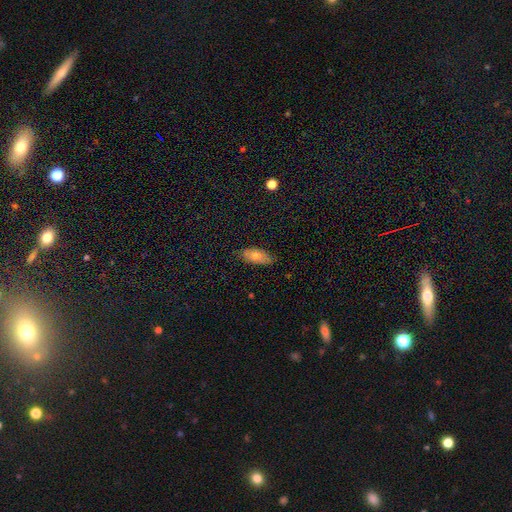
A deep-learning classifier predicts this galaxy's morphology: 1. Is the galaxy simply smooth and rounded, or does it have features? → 66% smooth, 25% featured or disk, 9% star or artifact.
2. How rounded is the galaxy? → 80% in between, 17% cigar-shaped, 3% round.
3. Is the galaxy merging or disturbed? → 81% none, 15% minor disturbance, 2% major disturbance, 1% merger.